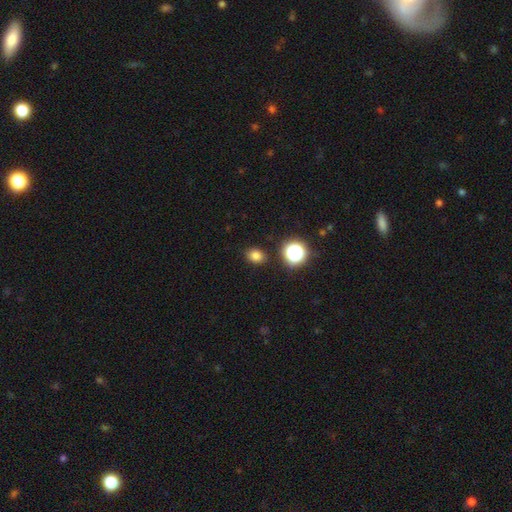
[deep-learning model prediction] smooth_or_featured: smooth (p=0.79) [alt: star or artifact p=0.17]
how_rounded: round (p=0.56) [alt: in between p=0.43]
merging: none (p=0.87) [alt: minor disturbance p=0.08]